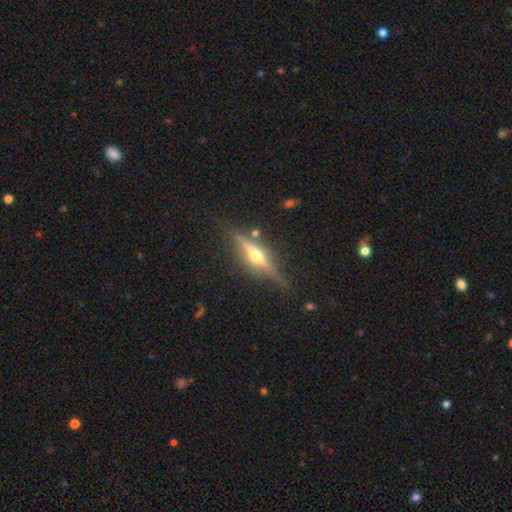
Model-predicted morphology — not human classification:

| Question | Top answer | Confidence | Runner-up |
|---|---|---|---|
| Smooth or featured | featured or disk | 77% | smooth (16%) |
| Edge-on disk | yes | 96% | no (4%) |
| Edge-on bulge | rounded | 92% | boxy (5%) |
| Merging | none | 82% | minor disturbance (12%) |